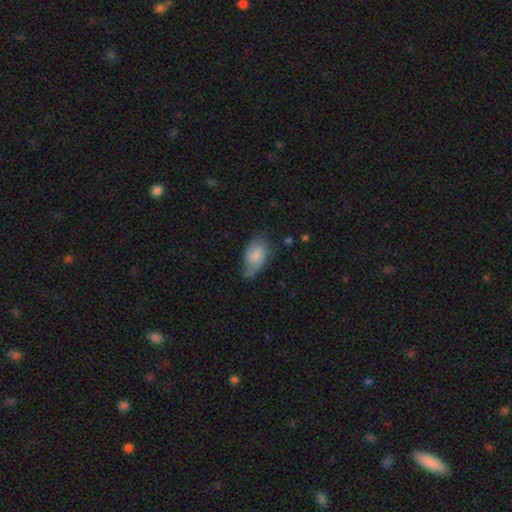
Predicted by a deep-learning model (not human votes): Smooth or featured: smooth — 62% (featured or disk — 31%)
How rounded: in between — 91% (round — 5%)
Merging: none — 48% (minor disturbance — 35%)